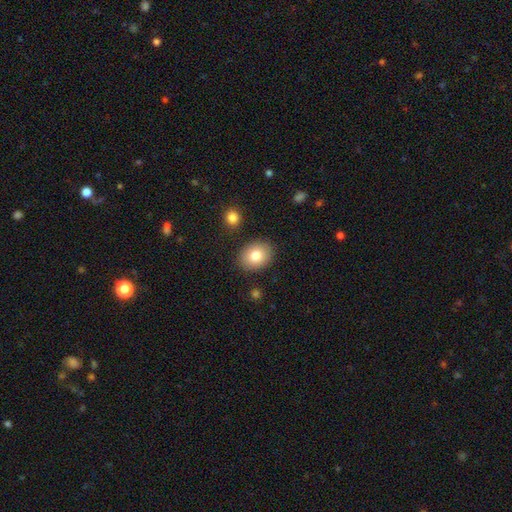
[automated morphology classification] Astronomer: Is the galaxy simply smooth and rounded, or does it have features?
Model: smooth — 81%.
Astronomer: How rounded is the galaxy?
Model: in between — 55% (runner-up: round, 44%).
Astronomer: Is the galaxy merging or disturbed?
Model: none — 87%.